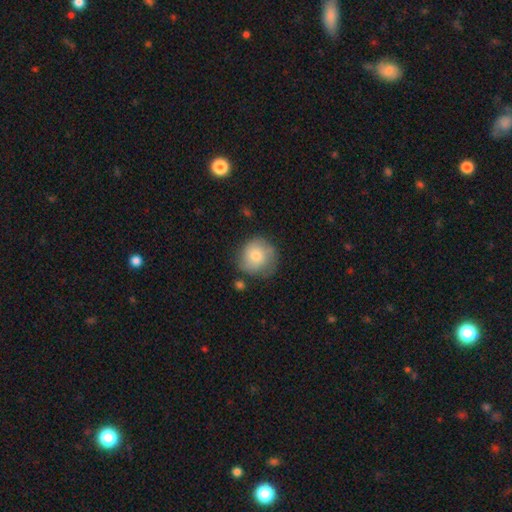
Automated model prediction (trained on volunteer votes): This is likely a smooth galaxy (74%). How rounded: clearly round (89%). Merging: likely none (67%).